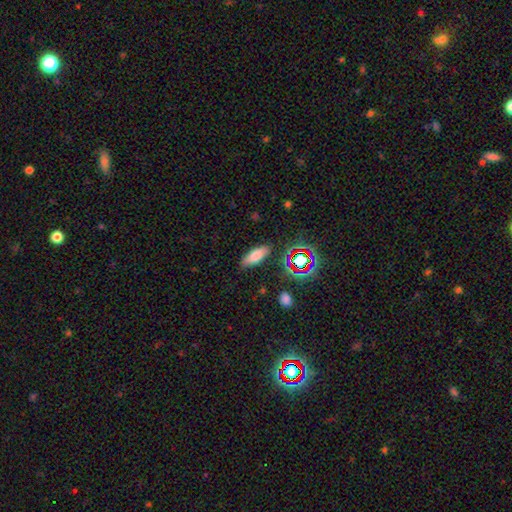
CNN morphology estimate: This appears to be a smooth galaxy with no disk features (69%) that is in between round and cigar-shaped (63%). Merging: none (84%).